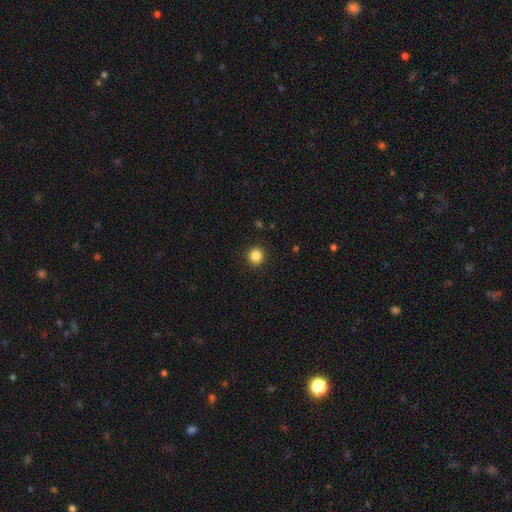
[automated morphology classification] smooth 86%, star or artifact 11%, featured or disk 3%. Down the decision tree: how rounded — round (92%); merging — none (92%).